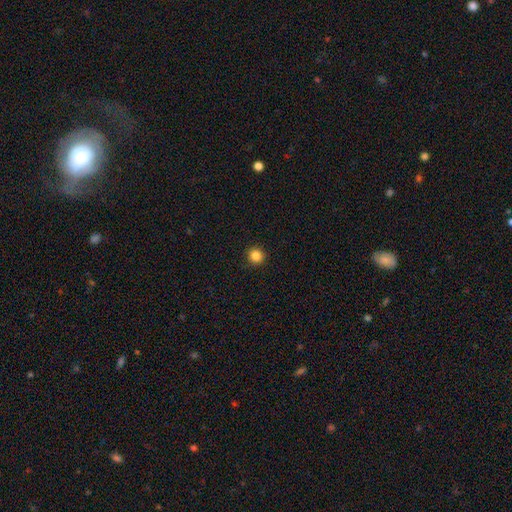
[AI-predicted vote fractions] Smooth or featured: smooth — 85% (star or artifact — 12%)
How rounded: round — 94% (in between — 6%)
Merging: none — 92% (minor disturbance — 6%)